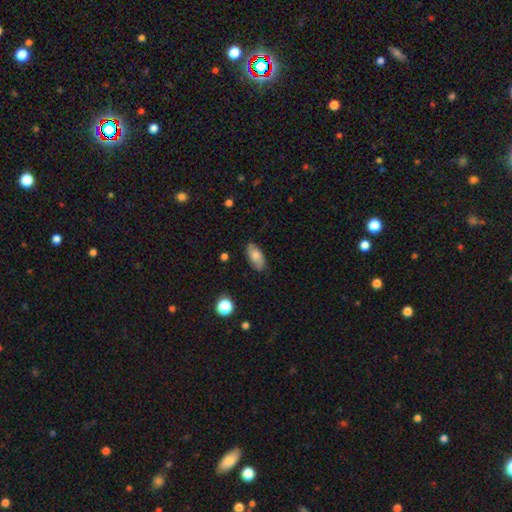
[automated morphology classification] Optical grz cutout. It shows a smooth galaxy with no disk features (73%) that is in between round and cigar-shaped (91%). Merging: none (82%).